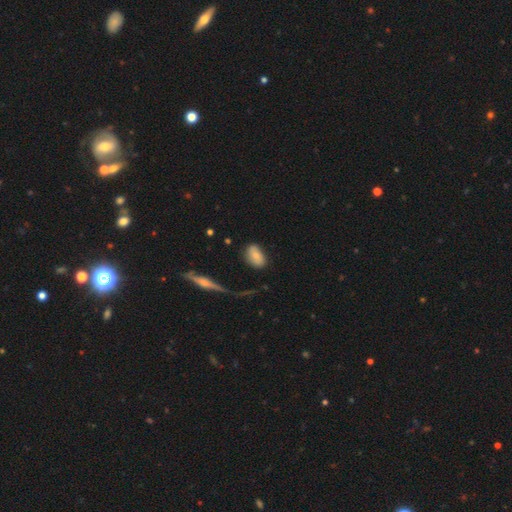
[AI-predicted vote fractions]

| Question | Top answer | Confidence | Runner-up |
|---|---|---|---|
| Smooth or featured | smooth | 74% | featured or disk (18%) |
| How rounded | in between | 87% | round (10%) |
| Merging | none | 75% | minor disturbance (17%) |